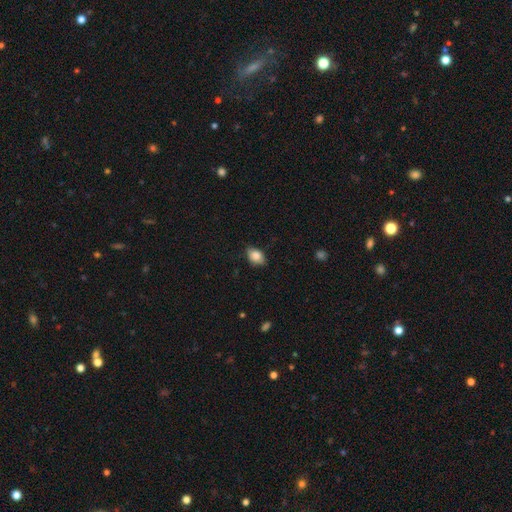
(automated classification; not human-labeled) smooth_or_featured: smooth (p=0.84) [alt: featured or disk p=0.09]
how_rounded: in between (p=0.80) [alt: round p=0.19]
merging: none (p=0.78) [alt: minor disturbance p=0.18]